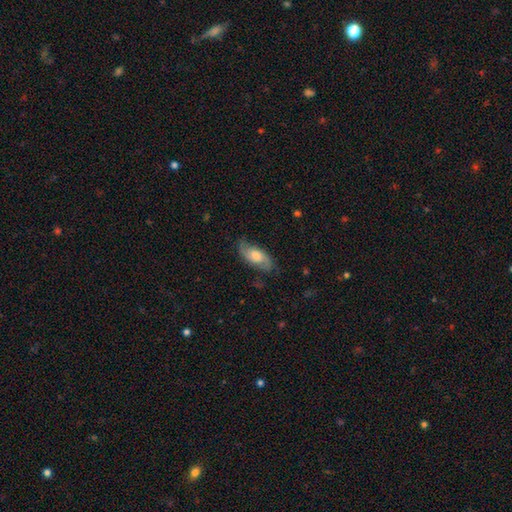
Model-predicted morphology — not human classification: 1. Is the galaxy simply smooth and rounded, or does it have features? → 48% featured or disk, 45% smooth, 7% star or artifact.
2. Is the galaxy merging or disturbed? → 72% none, 21% minor disturbance, 6% major disturbance, 1% merger.